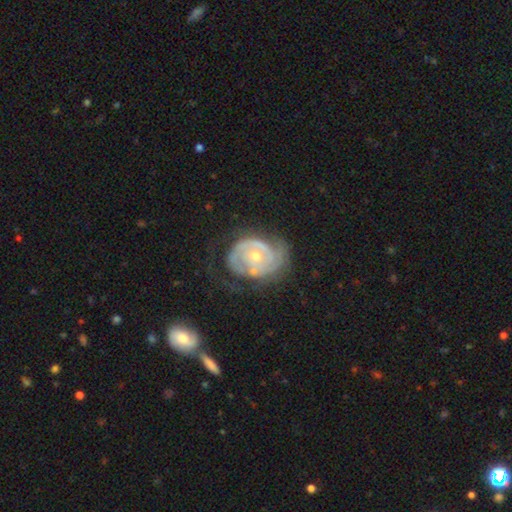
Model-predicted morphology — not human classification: type=featured or disk (84%); edge-on=no (97%); bar=no (75%); spiral arms=yes (89%); winding=tight (69%); arm count=2 (42%); bulge=moderate (52%); merging=none (57%).